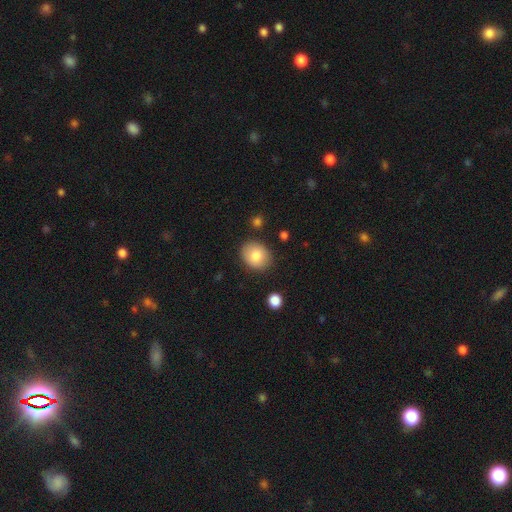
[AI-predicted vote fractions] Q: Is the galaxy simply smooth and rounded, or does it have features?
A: smooth — 81%.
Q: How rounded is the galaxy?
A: round — 56%.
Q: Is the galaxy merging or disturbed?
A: none — 84%.